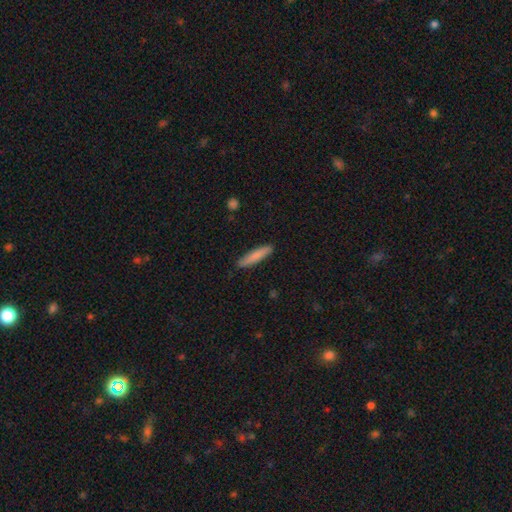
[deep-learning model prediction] Overall: smooth (81%). How rounded: cigar-shaped (89%). Merging: none (89%).